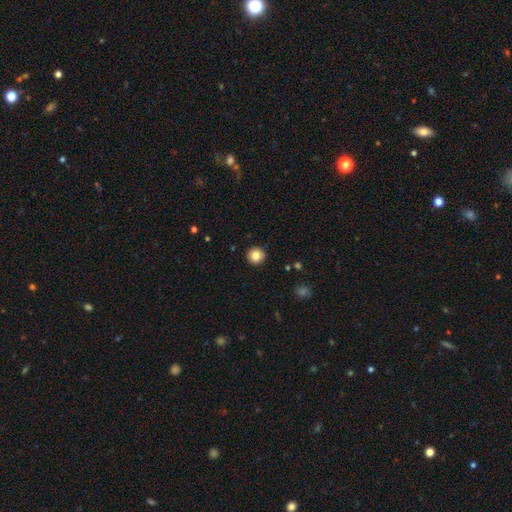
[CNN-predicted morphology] Smooth or featured?
  - smooth: 83% *
  - star or artifact: 9%
  - featured or disk: 7%
How rounded?
  - round: 94% *
  - in between: 5%
  - cigar-shaped: 1%
Merging?
  - none: 92% *
  - minor disturbance: 5%
  - major disturbance: 1%
  - merger: 1%